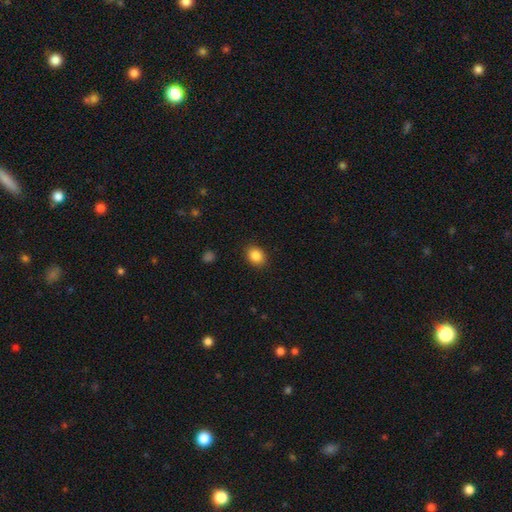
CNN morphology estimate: The model was most divided on "how rounded": round: 50%, in between: 49%, cigar-shaped: 1%. More confident: merging — none (89%); smooth or featured — smooth (86%).